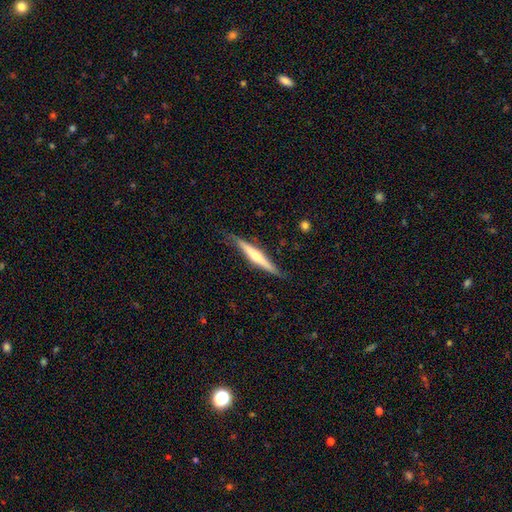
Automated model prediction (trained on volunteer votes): Smooth or featured? Predicted: featured or disk (p=0.61). Edge-on disk? Predicted: yes (p=0.96). Edge-on bulge? Predicted: rounded (p=0.80). Merging? Predicted: none (p=0.83).